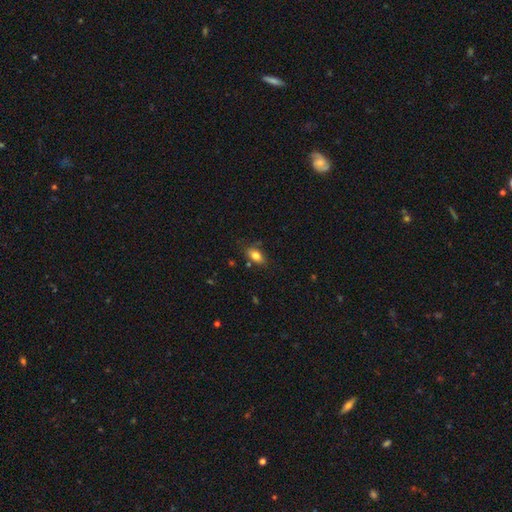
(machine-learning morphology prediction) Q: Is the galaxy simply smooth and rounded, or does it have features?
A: smooth — 79%.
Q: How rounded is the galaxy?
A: in between — 87%.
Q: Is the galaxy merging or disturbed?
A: none — 73%.